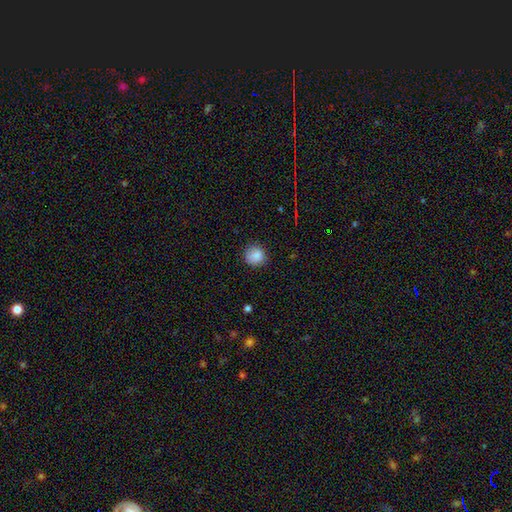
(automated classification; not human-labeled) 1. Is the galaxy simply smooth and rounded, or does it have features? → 86% smooth, 9% star or artifact, 5% featured or disk.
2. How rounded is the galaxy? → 90% round, 9% in between, 1% cigar-shaped.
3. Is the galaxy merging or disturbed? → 84% none, 13% minor disturbance, 3% major disturbance, 1% merger.